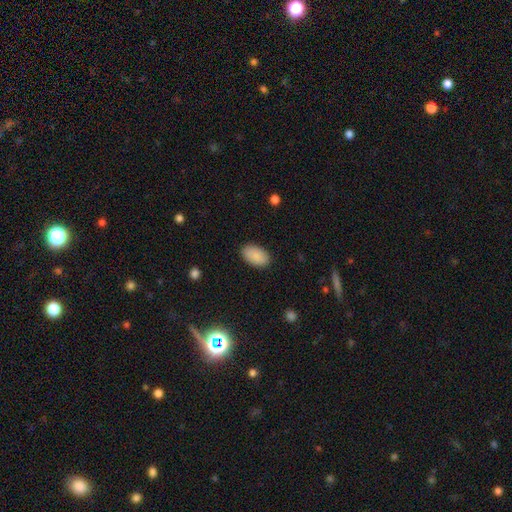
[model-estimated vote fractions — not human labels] Overall: smooth (87%). How rounded: in between (94%). Merging: none (88%).